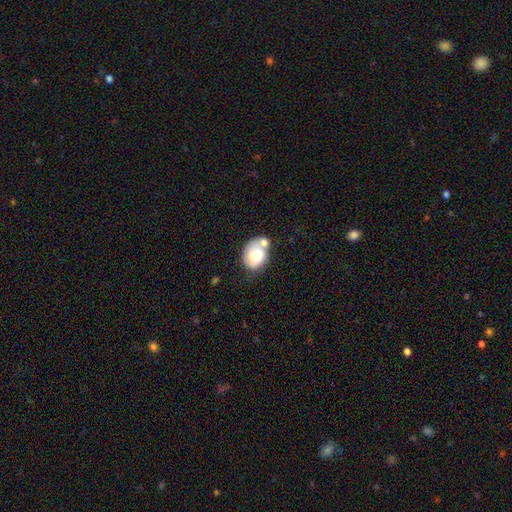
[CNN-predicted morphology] smooth-or-featured: smooth: 65% | featured or disk: 27% | star or artifact: 7%
  how-rounded: in between: 66% | round: 33% | cigar-shaped: 1%
  merging: none: 37% | merger: 33% | minor disturbance: 22% | major disturbance: 9%